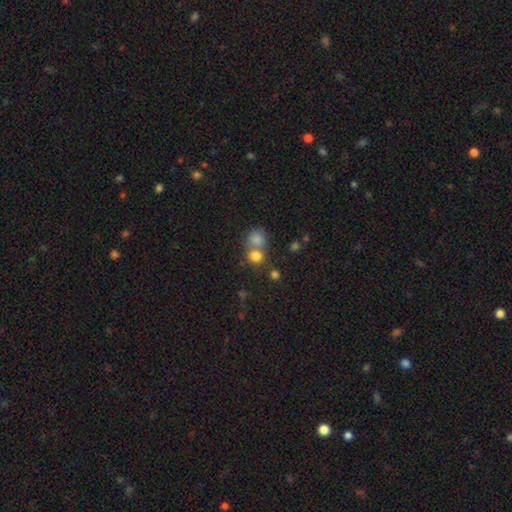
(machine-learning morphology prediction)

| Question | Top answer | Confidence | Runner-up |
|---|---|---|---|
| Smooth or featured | smooth | 79% | star or artifact (13%) |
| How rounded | round | 79% | in between (20%) |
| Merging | none | 46% | merger (43%) |